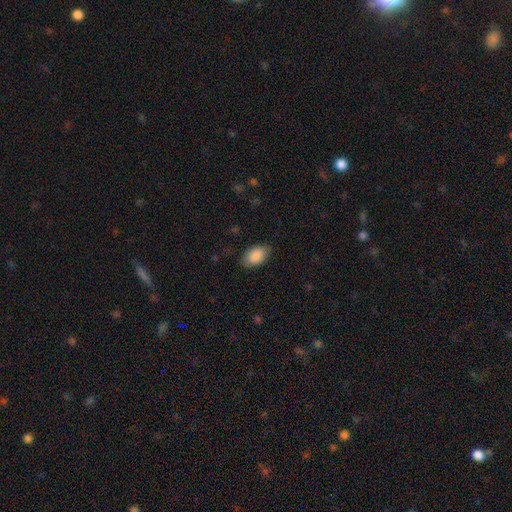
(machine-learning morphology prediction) The model was most divided on "merging": none: 79%, minor disturbance: 16%, major disturbance: 4%, merger: 1%. More confident: how rounded — in between (91%); smooth or featured — smooth (89%).